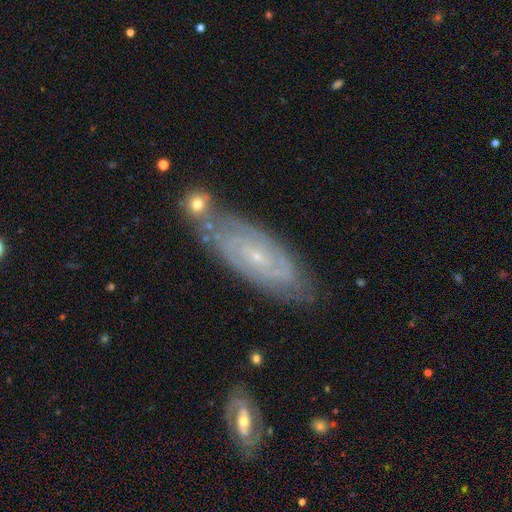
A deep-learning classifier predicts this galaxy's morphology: Smooth or featured: featured or disk — 76% (smooth — 15%)
Edge-on disk: no — 87% (yes — 13%)
Bar: no — 53% (weak — 37%)
Spiral arms: yes — 90% (no — 10%)
Spiral winding: tight — 68% (medium — 25%)
Spiral arm count: can't tell — 44% (2 — 36%)
Bulge size: small — 80% (moderate — 16%)
Merging: none — 71% (minor disturbance — 16%)